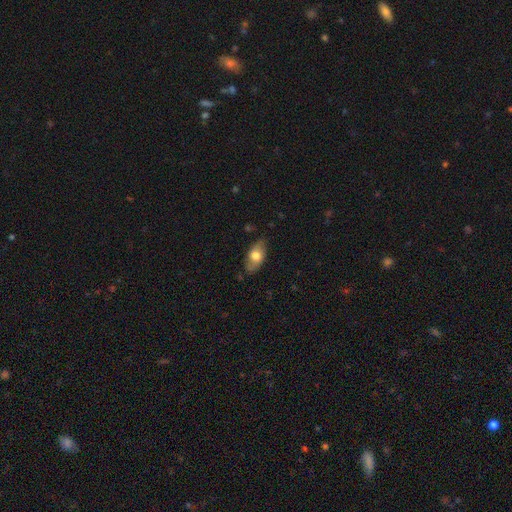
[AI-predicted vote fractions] Morphology: type=smooth (63%); roundness=in between (89%); merging=none (77%).